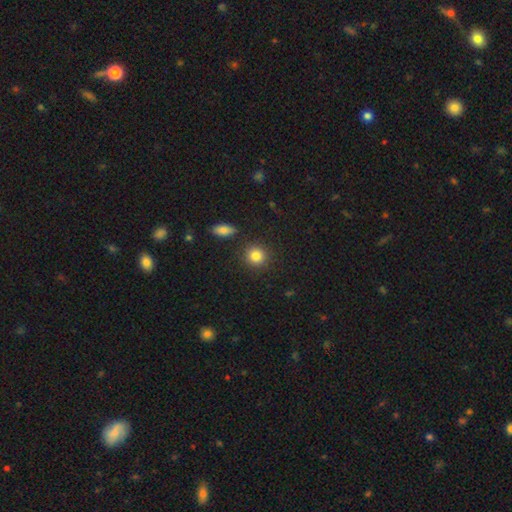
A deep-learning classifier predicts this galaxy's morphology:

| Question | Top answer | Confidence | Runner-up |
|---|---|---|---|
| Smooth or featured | smooth | 84% | star or artifact (10%) |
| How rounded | round | 87% | in between (12%) |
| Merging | none | 87% | minor disturbance (7%) |